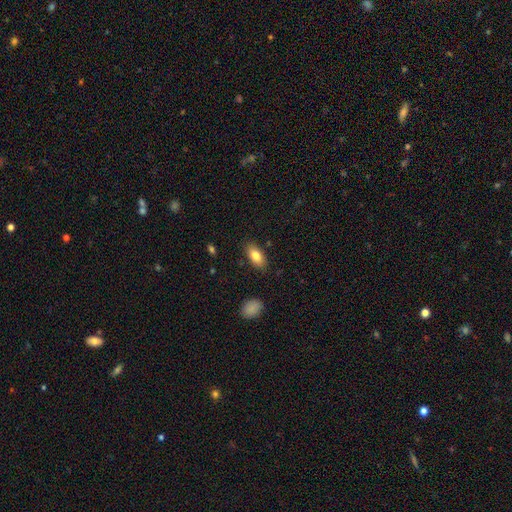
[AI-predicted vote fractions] Smooth or featured?
  - smooth: 81% *
  - featured or disk: 12%
  - star or artifact: 7%
How rounded?
  - in between: 90% *
  - cigar-shaped: 7%
  - round: 3%
Merging?
  - none: 86% *
  - minor disturbance: 10%
  - major disturbance: 2%
  - merger: 1%